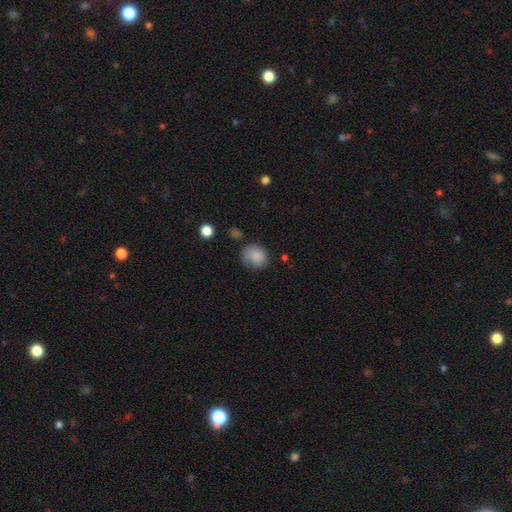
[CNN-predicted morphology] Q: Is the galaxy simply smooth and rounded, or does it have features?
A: smooth — 85%.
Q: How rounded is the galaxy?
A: round — 76%.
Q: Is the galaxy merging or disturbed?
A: none — 64%.